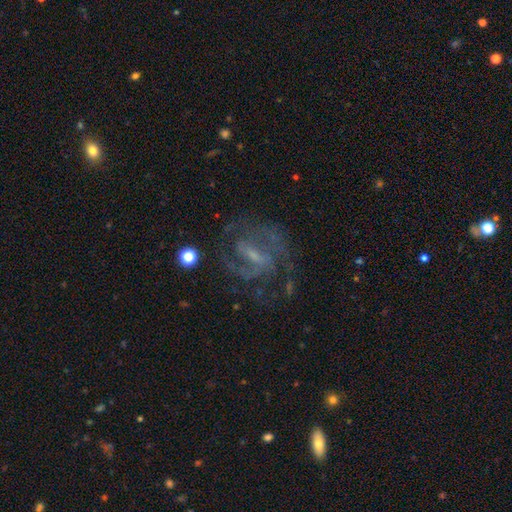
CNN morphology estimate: featured or disk 83%, star or artifact 9%, smooth 8%. Down the decision tree: edge-on disk — no (96%); bar — weak (46%); spiral arms — yes (92%); spiral arm count — 2 (61%); spiral winding — medium (51%); bulge size — small (56%); merging — none (67%).